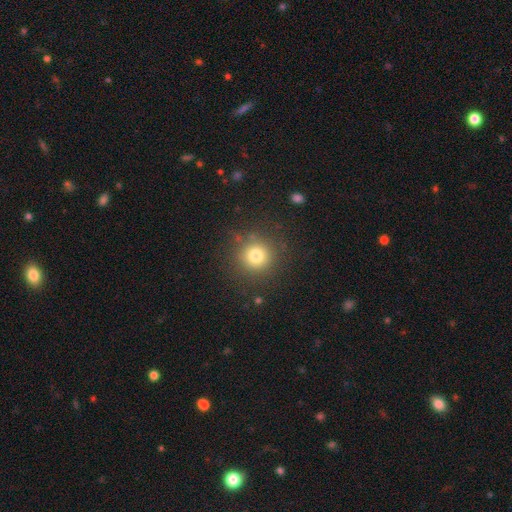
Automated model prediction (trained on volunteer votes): Morphology: type=smooth (76%); roundness=round (94%); merging=none (86%).